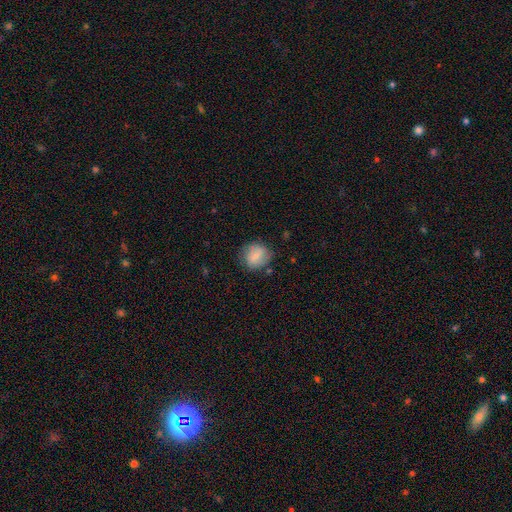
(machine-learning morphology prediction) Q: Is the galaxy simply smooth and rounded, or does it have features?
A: smooth — 67%.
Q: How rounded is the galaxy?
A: round — 76%.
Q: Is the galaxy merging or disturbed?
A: none — 74%.